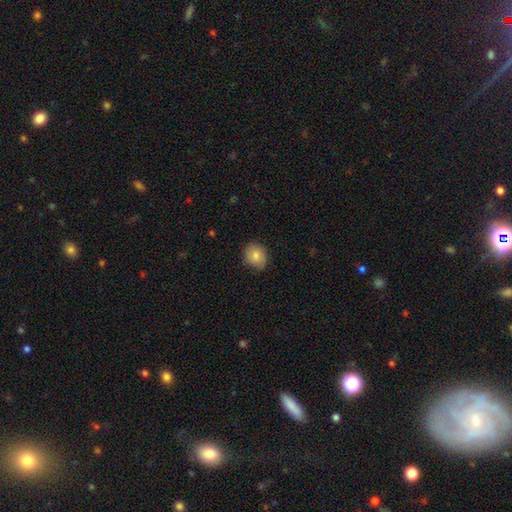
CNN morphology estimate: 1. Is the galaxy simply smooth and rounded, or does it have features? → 82% smooth, 11% featured or disk, 8% star or artifact.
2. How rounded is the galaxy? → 58% round, 41% in between, 1% cigar-shaped.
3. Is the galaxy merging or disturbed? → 78% none, 18% minor disturbance, 3% major disturbance, 1% merger.